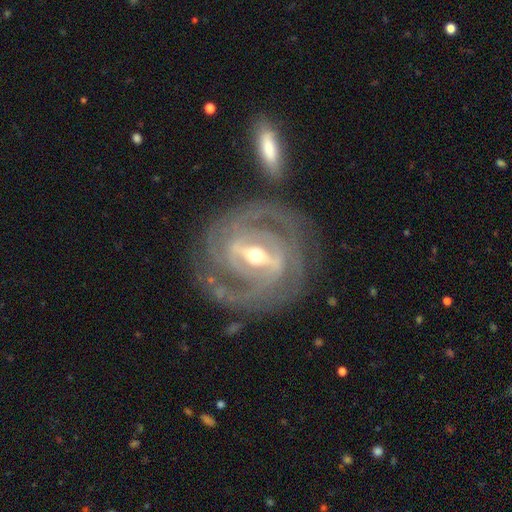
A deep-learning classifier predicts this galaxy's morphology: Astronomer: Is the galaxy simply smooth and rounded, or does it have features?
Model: featured or disk — 91%.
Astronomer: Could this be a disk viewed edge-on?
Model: no — 95%.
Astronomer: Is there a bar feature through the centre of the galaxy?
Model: strong — 68%.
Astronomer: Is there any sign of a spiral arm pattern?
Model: yes — 93%.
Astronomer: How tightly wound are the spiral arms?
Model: tight — 67%.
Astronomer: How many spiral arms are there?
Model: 2 — 40% (runner-up: 3, 21%).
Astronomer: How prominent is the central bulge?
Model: moderate — 57% (runner-up: small, 38%).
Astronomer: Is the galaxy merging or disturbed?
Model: none — 77%.